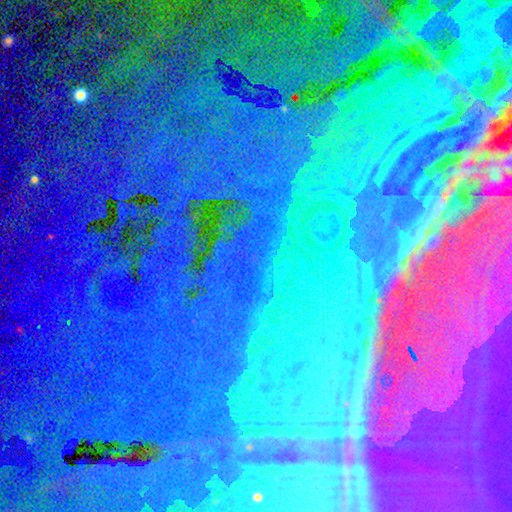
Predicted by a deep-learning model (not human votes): A star or artifact, not a galaxy (84%).

Vote fractions:
- Smooth or featured? star or artifact: 84% / featured or disk: 9% / smooth: 7%